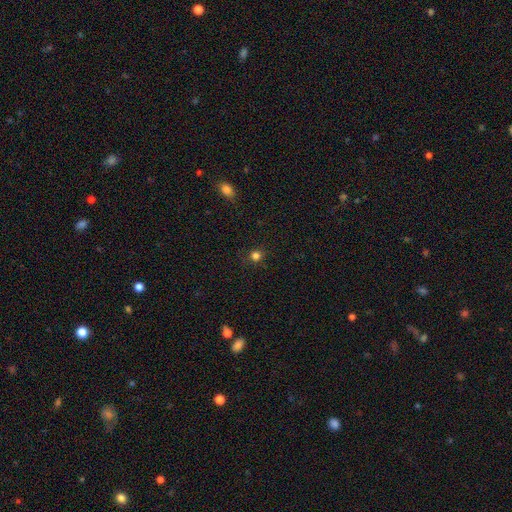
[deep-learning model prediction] Overall: smooth (78%). How rounded: round (90%). Merging: none (87%).